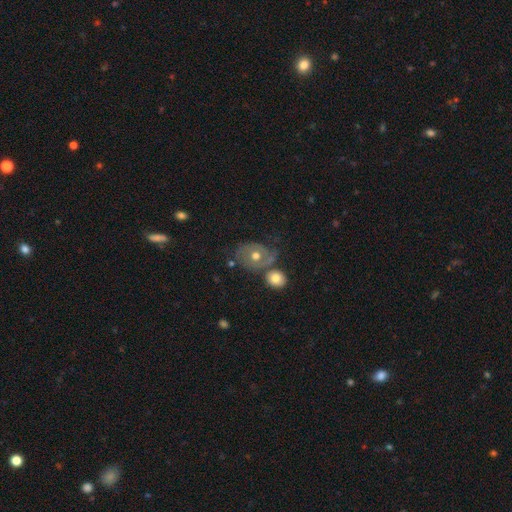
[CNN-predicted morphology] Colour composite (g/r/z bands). It shows a featured or disk galaxy (55%) with no bar (85%), spiral arms (55%) and a moderate central bulge (78%). Merging: none (48%).